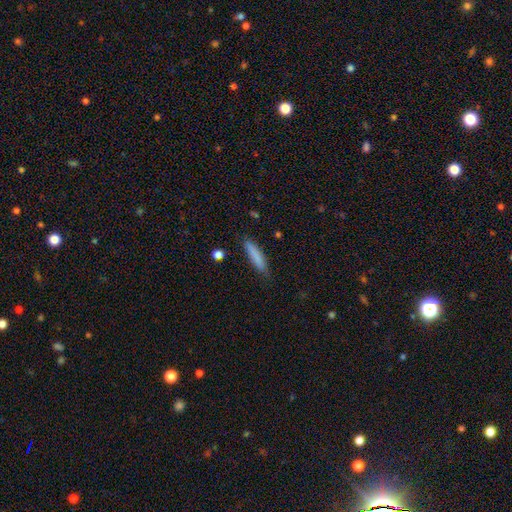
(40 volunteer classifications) Smooth or featured?
  - smooth: 70% *
  - featured or disk: 20%
  - star or artifact: 10%
How rounded?
  - cigar-shaped: 89% *
  - in between: 11%
  - round: 0%
Merging?
  - none: 83% *
  - minor disturbance: 14%
  - merger: 3%
  - major disturbance: 0%